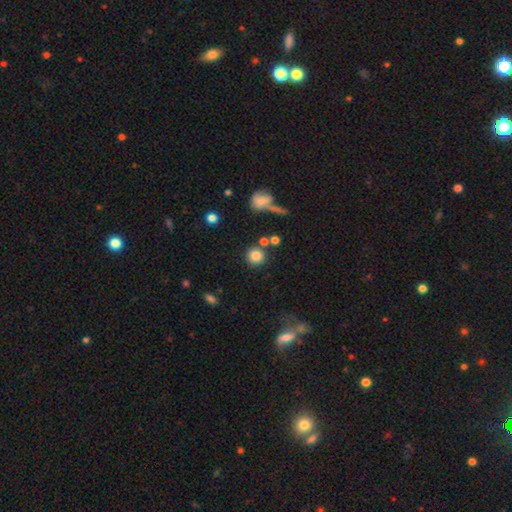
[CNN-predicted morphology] smooth-or-featured: smooth: 82% | star or artifact: 11% | featured or disk: 7%
  how-rounded: round: 91% | in between: 8% | cigar-shaped: 1%
  merging: none: 77% | merger: 11% | minor disturbance: 9% | major disturbance: 4%